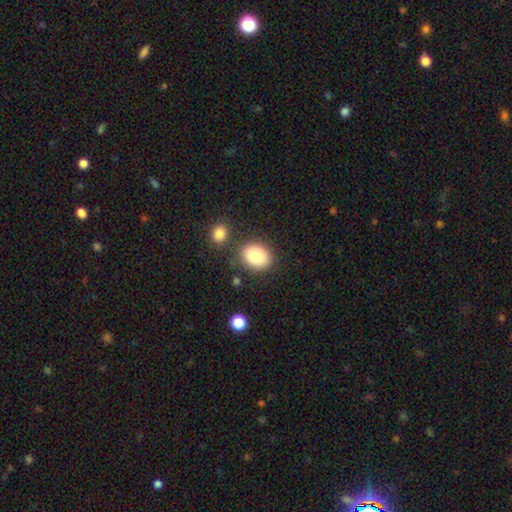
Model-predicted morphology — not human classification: smooth 83%, featured or disk 8%, star or artifact 8%. Down the decision tree: how rounded — in between (54%); merging — none (78%).